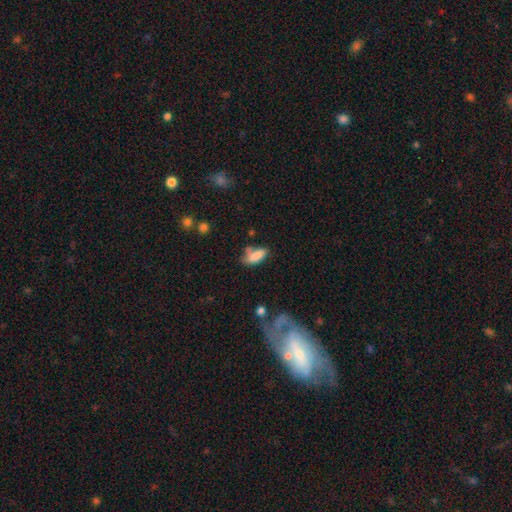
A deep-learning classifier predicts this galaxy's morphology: smooth 78%, featured or disk 13%, star or artifact 9%. Down the decision tree: how rounded — in between (81%); merging — none (42%).